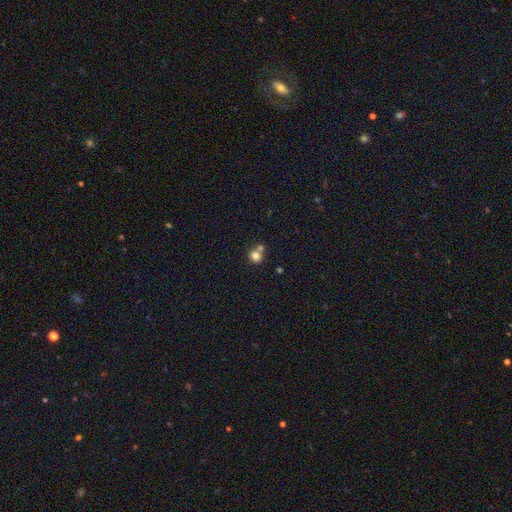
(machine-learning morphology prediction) Smooth or featured? Predicted: smooth (p=0.79). How rounded? Predicted: round (p=0.81). Merging? Predicted: none (p=0.48).